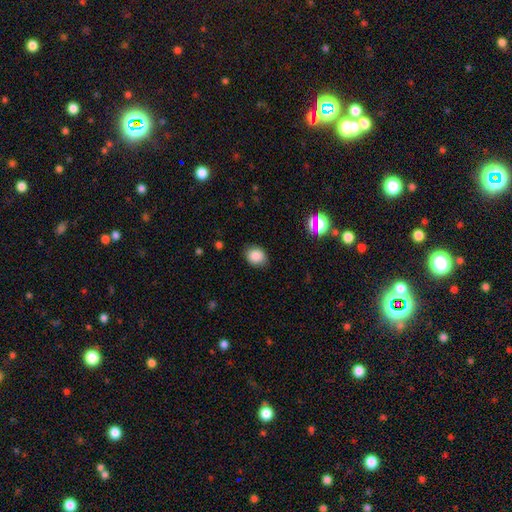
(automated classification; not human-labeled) This is clearly a smooth galaxy (84%). How rounded: possibly round (55%). Merging: clearly none (83%).